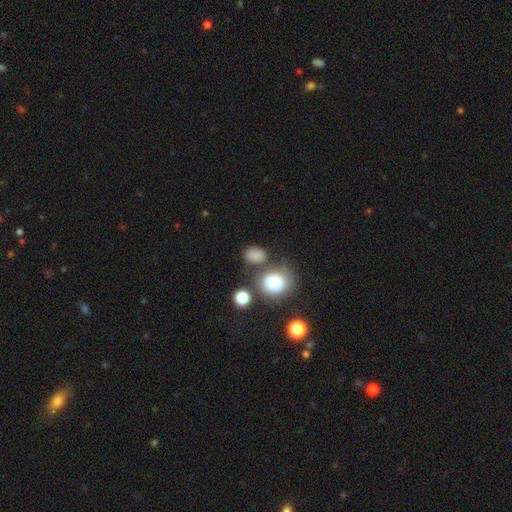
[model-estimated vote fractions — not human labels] The model was most divided on "how rounded": in between: 55%, round: 43%, cigar-shaped: 1%. More confident: smooth or featured — smooth (81%); merging — none (59%).